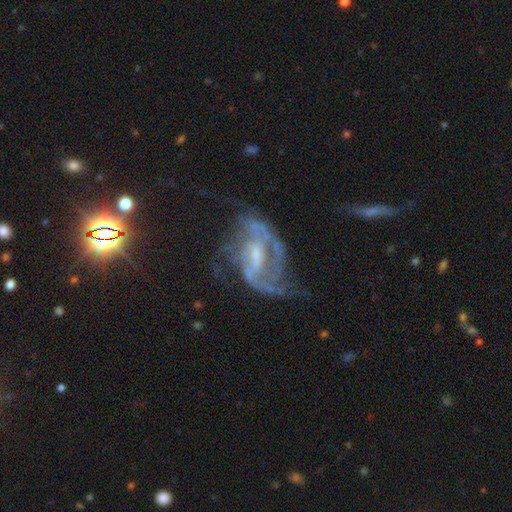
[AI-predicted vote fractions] Smooth or featured? Predicted: featured or disk (p=0.83). Edge-on disk? Predicted: no (p=0.97). Bar? Predicted: weak (p=0.50). Spiral arms? Predicted: yes (p=0.88). Spiral winding? Predicted: medium (p=0.48). Spiral arm count? Predicted: 2 (p=0.48). Bulge size? Predicted: small (p=0.39). Merging? Predicted: none (p=0.46).